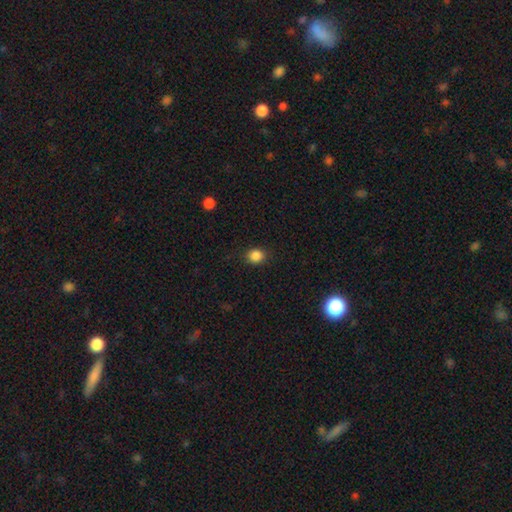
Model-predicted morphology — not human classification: smooth-or-featured: smooth: 86% | star or artifact: 11% | featured or disk: 3%
  how-rounded: round: 76% | in between: 24% | cigar-shaped: 1%
  merging: none: 88% | minor disturbance: 8% | major disturbance: 2% | merger: 1%